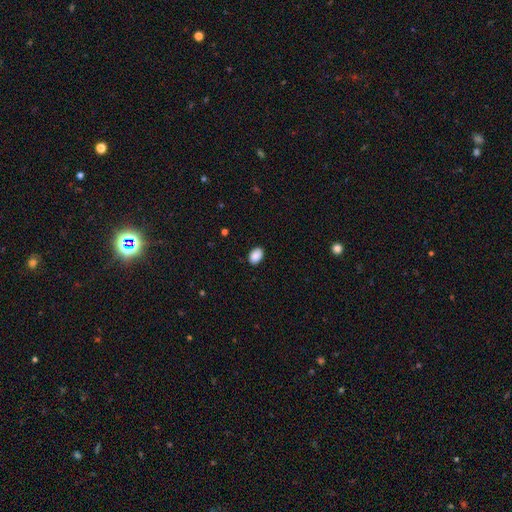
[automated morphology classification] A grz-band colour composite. It shows a smooth galaxy with no disk features (89%) that is in between round and cigar-shaped (86%). Merging: none (87%).